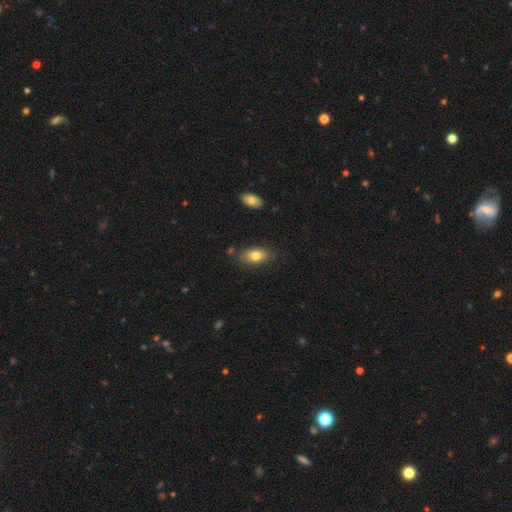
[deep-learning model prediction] This appears to be a smooth galaxy with no disk features (78%) that is in between round and cigar-shaped (88%). Merging: none (79%).